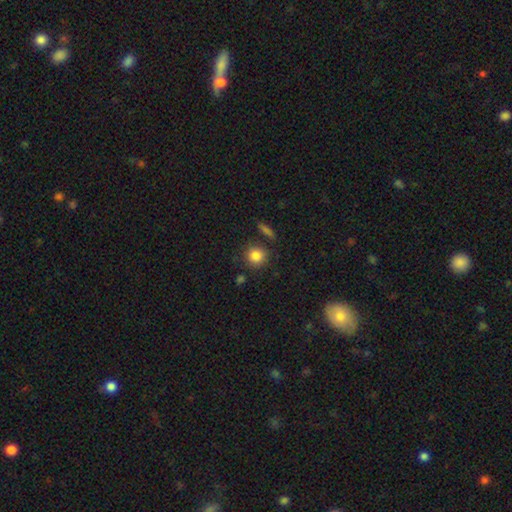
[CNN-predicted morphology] A smooth galaxy with no disk features (85%) that is round (88%). Merging: none (81%).